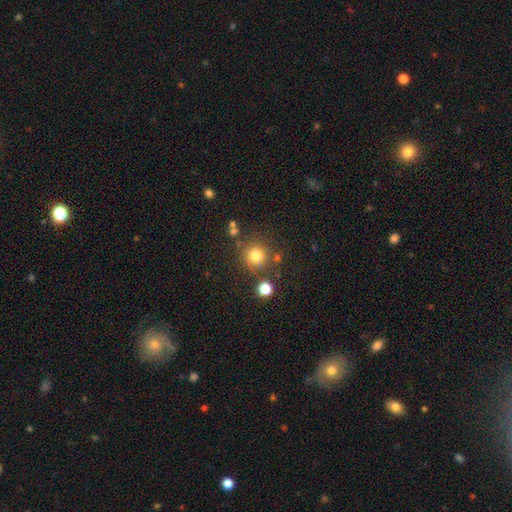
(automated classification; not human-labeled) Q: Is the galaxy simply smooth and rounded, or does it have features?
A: smooth — 77%.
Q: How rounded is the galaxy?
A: round — 93%.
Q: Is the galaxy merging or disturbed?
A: none — 78%.